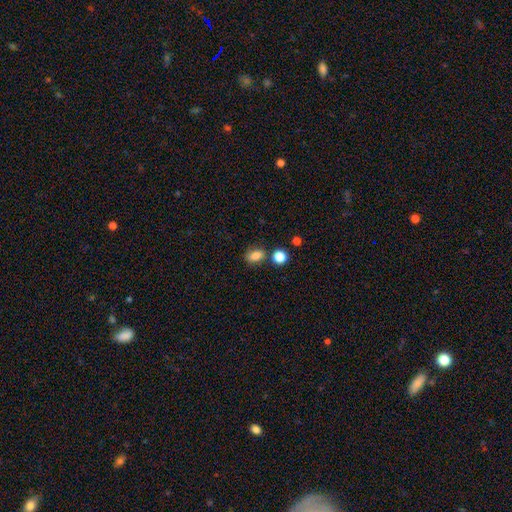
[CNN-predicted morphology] A smooth galaxy with no disk features (82%) that is in between round and cigar-shaped (70%). Merging: none (70%).